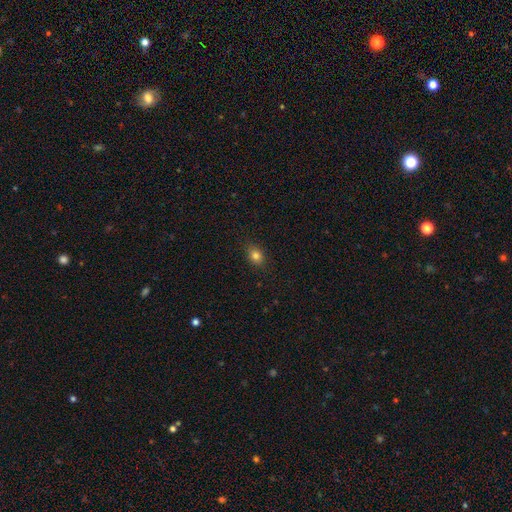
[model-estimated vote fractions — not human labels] A smooth galaxy with no disk features (81%) that is in between round and cigar-shaped (56%).

Vote fractions:
- Smooth or featured? smooth: 81% / star or artifact: 12% / featured or disk: 7%
- How rounded? in between: 56% / round: 42% / cigar-shaped: 1%
- Merging? none: 87% / minor disturbance: 10% / major disturbance: 2% / merger: 1%